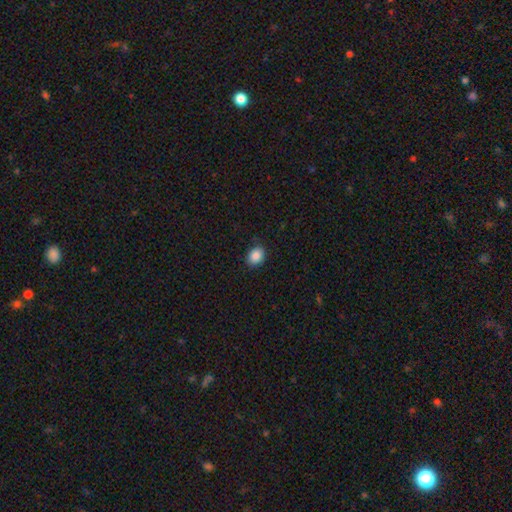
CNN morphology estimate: A smooth galaxy with no disk features (87%) that is in between round and cigar-shaped (57%).

Vote fractions:
- Smooth or featured? smooth: 87% / star or artifact: 9% / featured or disk: 4%
- How rounded? in between: 57% / round: 42% / cigar-shaped: 1%
- Merging? none: 87% / minor disturbance: 10% / major disturbance: 2% / merger: 1%